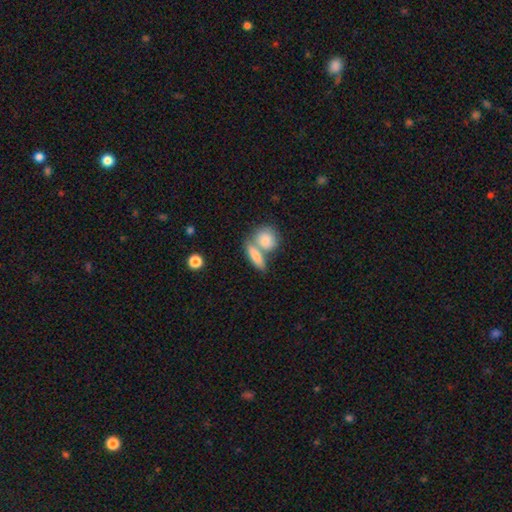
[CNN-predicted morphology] smooth-or-featured: smooth: 80% | featured or disk: 14% | star or artifact: 6%
  how-rounded: in between: 55% | cigar-shaped: 29% | round: 15%
  merging: merger: 47% | none: 41% | minor disturbance: 9% | major disturbance: 3%